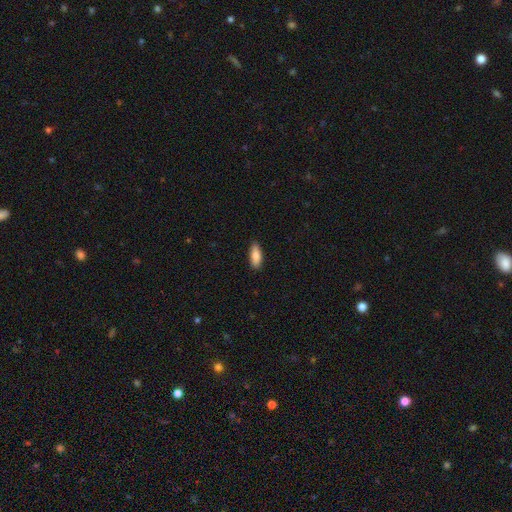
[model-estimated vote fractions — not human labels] Q: Smooth or featured?
A: smooth (83%); runner-up: featured or disk (11%)
Q: How rounded?
A: in between (73%); runner-up: cigar-shaped (25%)
Q: Merging?
A: none (88%); runner-up: minor disturbance (10%)